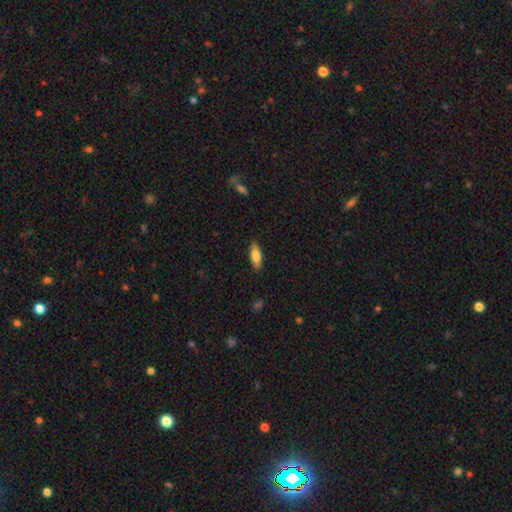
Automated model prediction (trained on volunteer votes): smooth 77%, featured or disk 17%, star or artifact 6%. Down the decision tree: how rounded — in between (61%); merging — none (88%).